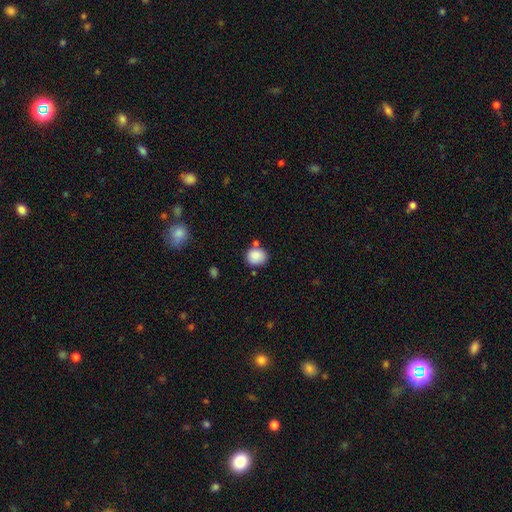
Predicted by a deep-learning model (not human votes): The model was most divided on "how rounded": round: 69%, in between: 30%, cigar-shaped: 1%. More confident: smooth or featured — smooth (87%); merging — none (70%).